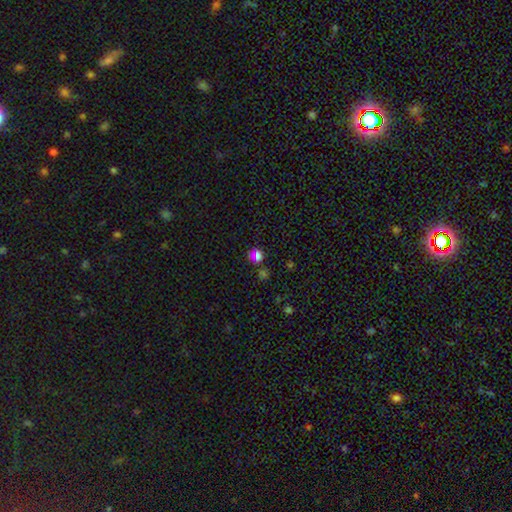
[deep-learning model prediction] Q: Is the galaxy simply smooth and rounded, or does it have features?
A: smooth — 56%.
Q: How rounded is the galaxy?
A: round — 77%.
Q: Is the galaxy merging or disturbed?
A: none — 76%.